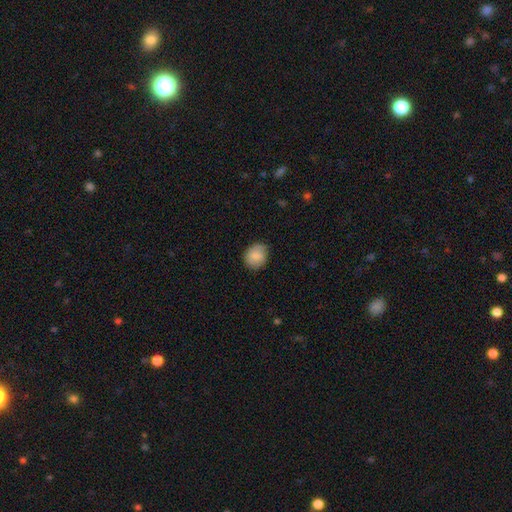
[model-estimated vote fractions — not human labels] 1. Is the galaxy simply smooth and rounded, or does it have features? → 83% smooth, 10% featured or disk, 7% star or artifact.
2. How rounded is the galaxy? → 66% round, 33% in between, 1% cigar-shaped.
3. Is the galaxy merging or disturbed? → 76% none, 20% minor disturbance, 3% major disturbance, 1% merger.